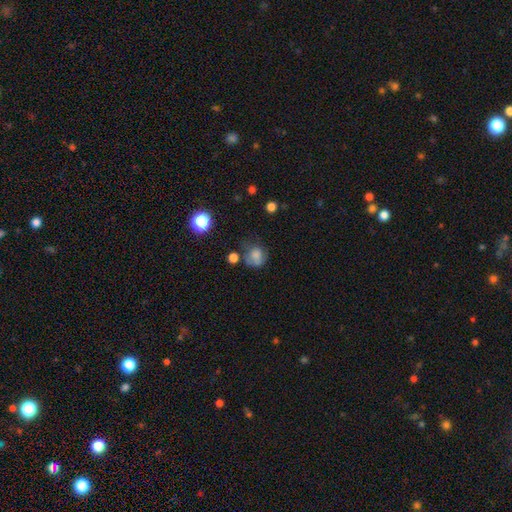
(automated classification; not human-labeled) smooth_or_featured: smooth (p=0.71) [alt: featured or disk p=0.16]
how_rounded: round (p=0.74) [alt: in between p=0.26]
merging: none (p=0.45) [alt: minor disturbance p=0.28]